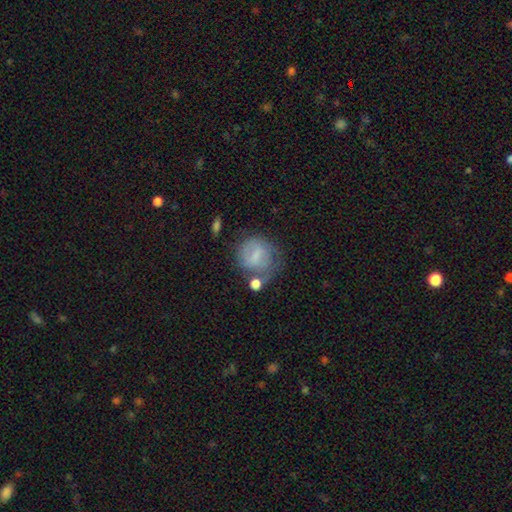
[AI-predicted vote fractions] This is possibly a smooth galaxy (57%). How rounded: likely round (73%). Merging: marginally none (44%).